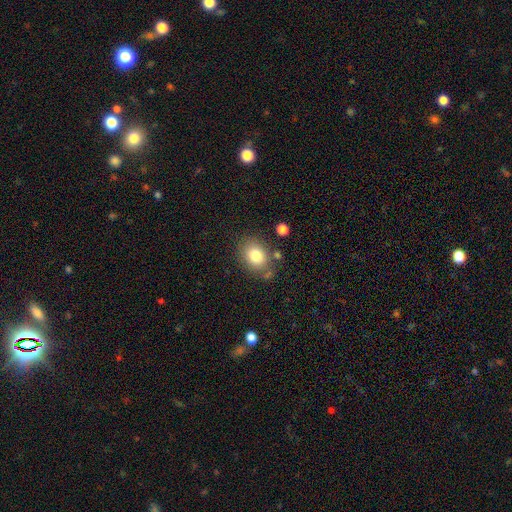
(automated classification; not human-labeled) Smooth or featured?
  - smooth: 80% *
  - featured or disk: 10%
  - star or artifact: 10%
How rounded?
  - in between: 52% *
  - round: 47%
  - cigar-shaped: 1%
Merging?
  - none: 75% *
  - minor disturbance: 14%
  - merger: 6%
  - major disturbance: 5%